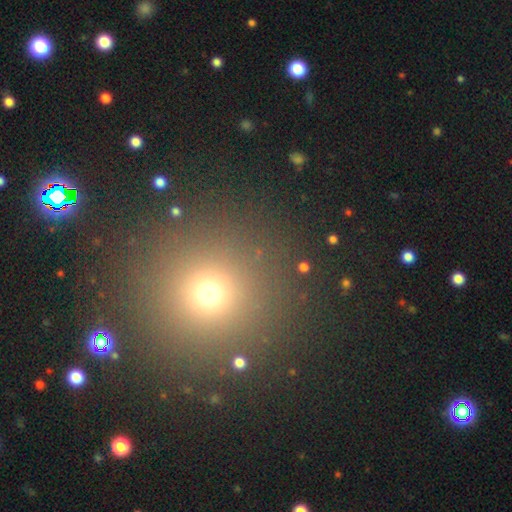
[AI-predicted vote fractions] Morphology: type=smooth (55%); roundness=round (95%); merging=none (90%).